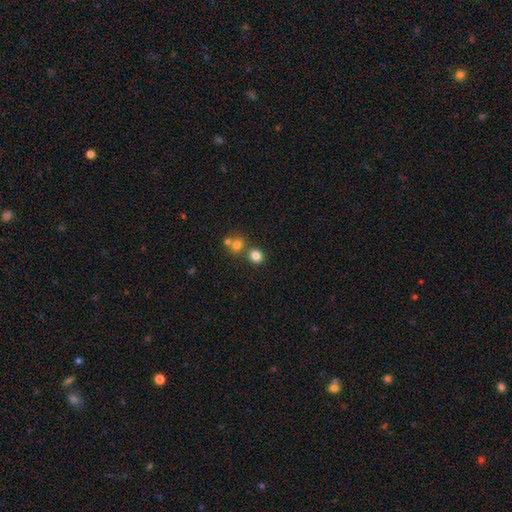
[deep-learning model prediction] The model was most divided on "merging": none: 68%, merger: 20%, minor disturbance: 8%, major disturbance: 3%. More confident: smooth or featured — smooth (80%); how rounded — round (76%).